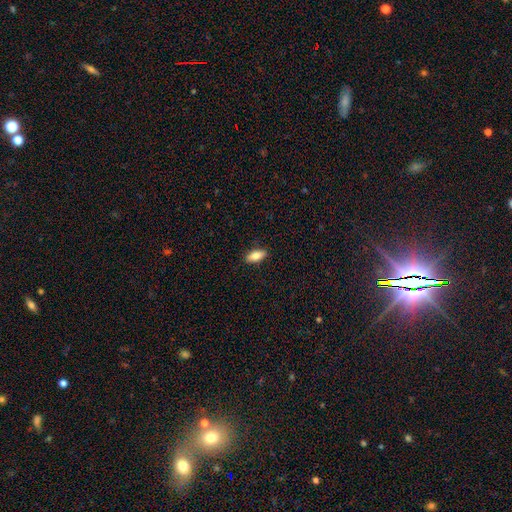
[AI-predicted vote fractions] smooth_or_featured: smooth (p=0.82) [alt: featured or disk p=0.11]
how_rounded: in between (p=0.84) [alt: cigar-shaped p=0.14]
merging: none (p=0.89) [alt: minor disturbance p=0.09]